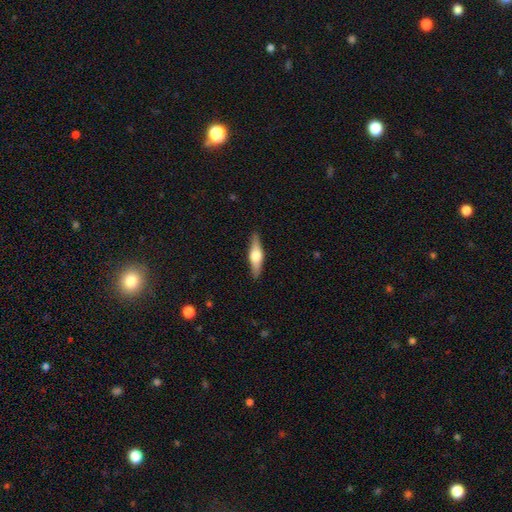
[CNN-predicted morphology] Smooth or featured? Predicted: featured or disk (p=0.59). Edge-on disk? Predicted: yes (p=0.95). Edge-on bulge? Predicted: rounded (p=0.90). Merging? Predicted: none (p=0.89).